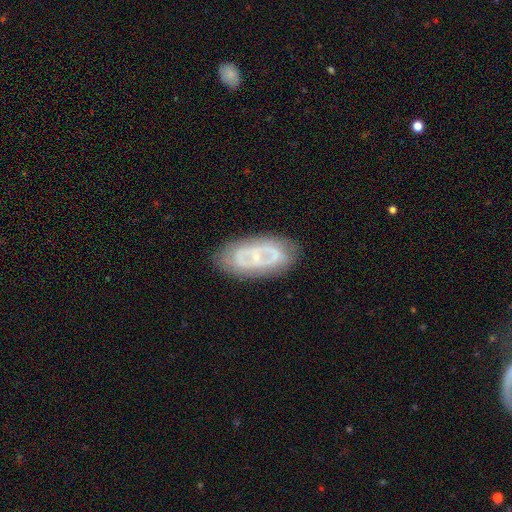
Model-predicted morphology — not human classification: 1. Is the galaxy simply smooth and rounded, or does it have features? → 70% featured or disk, 24% smooth, 7% star or artifact.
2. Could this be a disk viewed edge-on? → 93% no, 7% yes.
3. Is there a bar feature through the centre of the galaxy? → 52% no, 32% weak, 17% strong.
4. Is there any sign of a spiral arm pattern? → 54% yes, 46% no.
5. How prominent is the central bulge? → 64% small, 21% moderate, 12% none, 2% large, 1% dominant.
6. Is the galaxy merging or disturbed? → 78% none, 15% minor disturbance, 5% major disturbance, 2% merger.